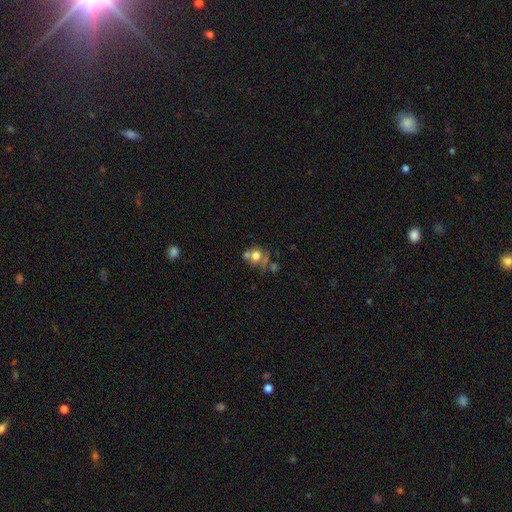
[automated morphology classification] Overall: smooth (64%). How rounded: round (70%). Merging: none (39%; merger 37%).